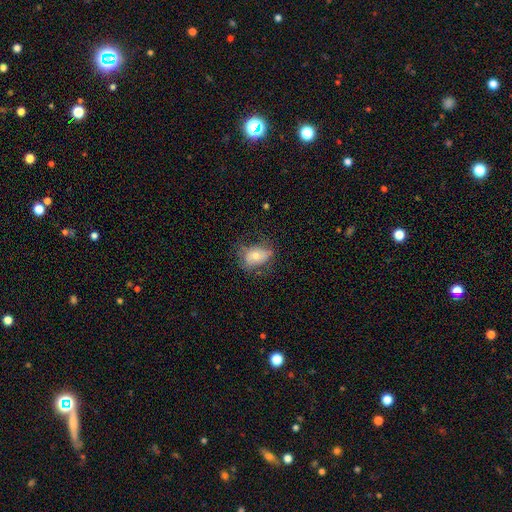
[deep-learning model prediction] Morphology: type=smooth (61%); roundness=in between (80%); merging=none (52%).